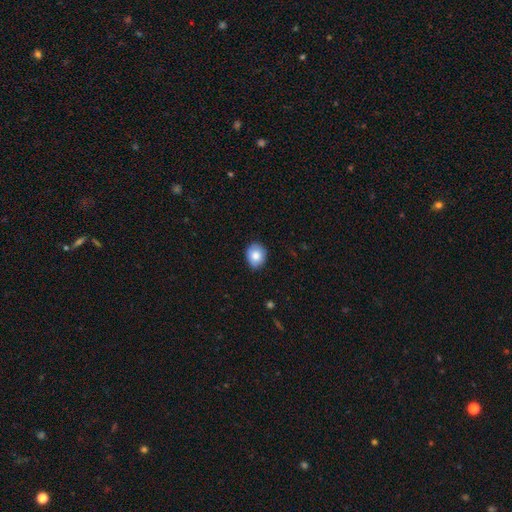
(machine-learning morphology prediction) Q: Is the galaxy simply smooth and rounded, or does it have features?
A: smooth — 83%.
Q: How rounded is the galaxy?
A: round — 56%.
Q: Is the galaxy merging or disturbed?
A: none — 83%.